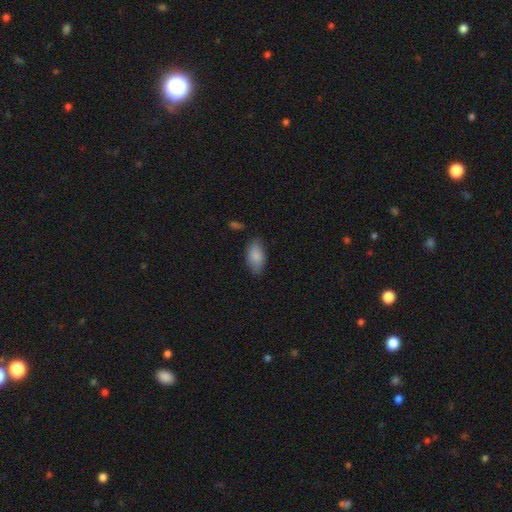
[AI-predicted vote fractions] Smooth or featured: smooth — 87% (star or artifact — 7%)
How rounded: in between — 92% (cigar-shaped — 4%)
Merging: none — 77% (minor disturbance — 17%)